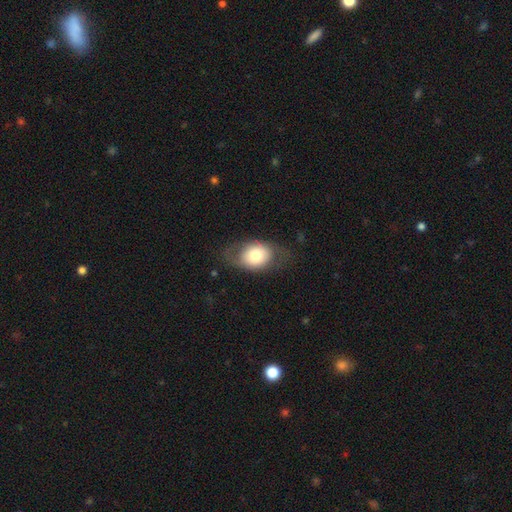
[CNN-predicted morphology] type=smooth (65%); roundness=in between (67%); merging=none (65%).